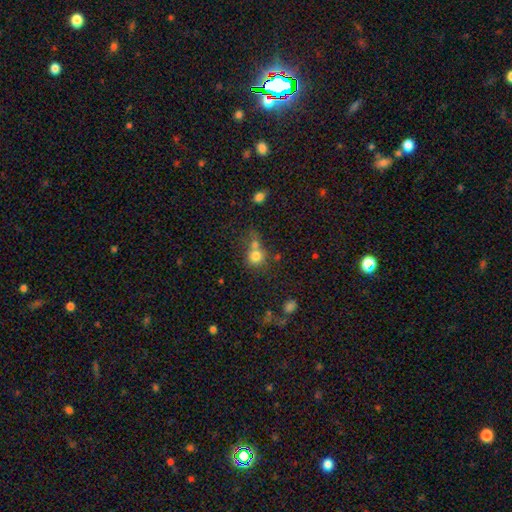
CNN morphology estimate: Smooth or featured? smooth (76%)
How rounded? round (84%)
Merging? merger (44%)